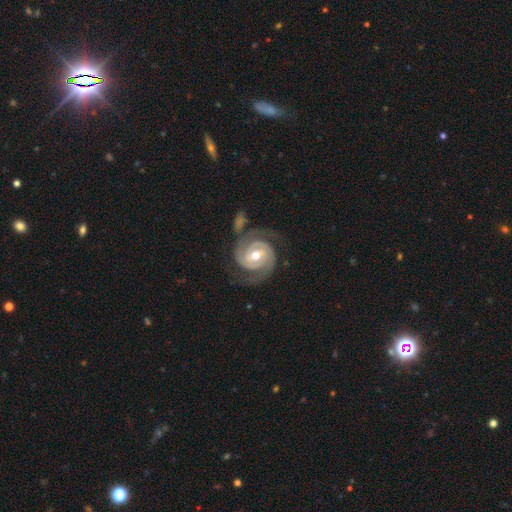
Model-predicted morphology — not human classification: A featured or disk galaxy (93%) with a weak bar (44%), 2 (91%) tight (64%) spiral arms (98%) and a moderate central bulge (73%). Merging: none (74%).